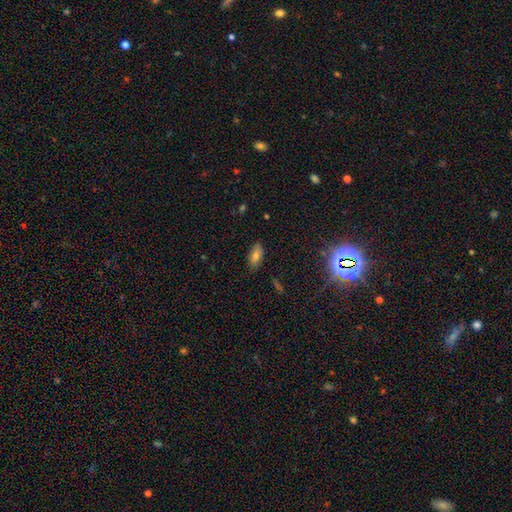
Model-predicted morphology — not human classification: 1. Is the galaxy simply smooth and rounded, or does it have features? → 74% smooth, 15% featured or disk, 11% star or artifact.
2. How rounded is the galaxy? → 89% in between, 8% cigar-shaped, 4% round.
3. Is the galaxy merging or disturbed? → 83% none, 13% minor disturbance, 2% major disturbance, 1% merger.